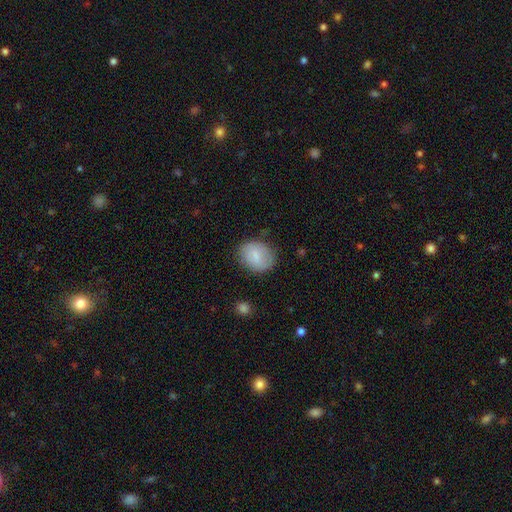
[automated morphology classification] smooth 77%, featured or disk 16%, star or artifact 7%. Down the decision tree: how rounded — round (54%); merging — none (78%).